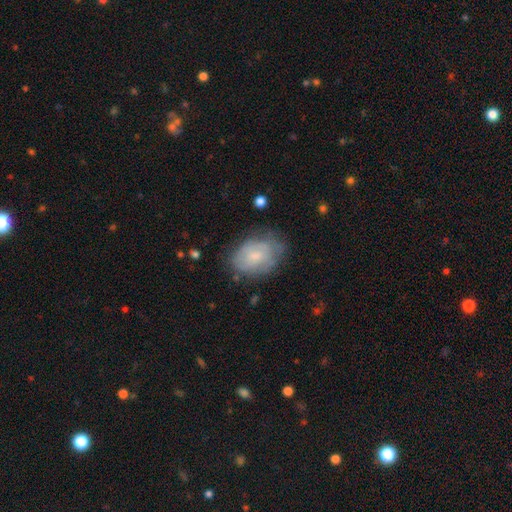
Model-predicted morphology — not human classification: Overall: smooth (59%; featured or disk 34%). How rounded: in between (81%). Merging: none (61%; minor disturbance 27%).